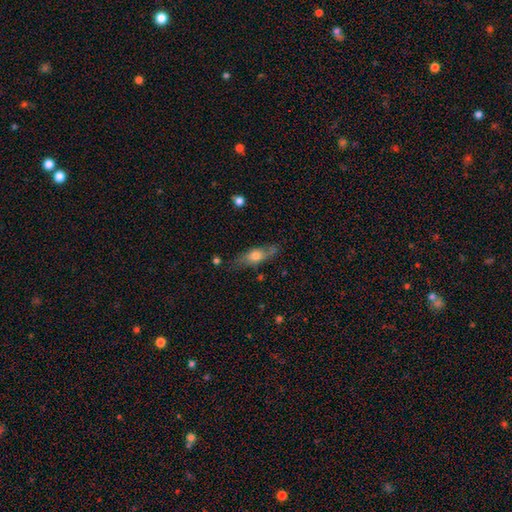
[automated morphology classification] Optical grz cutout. It shows a smooth galaxy with no disk features (56%) that is in between round and cigar-shaped (52%). Merging: none (72%).